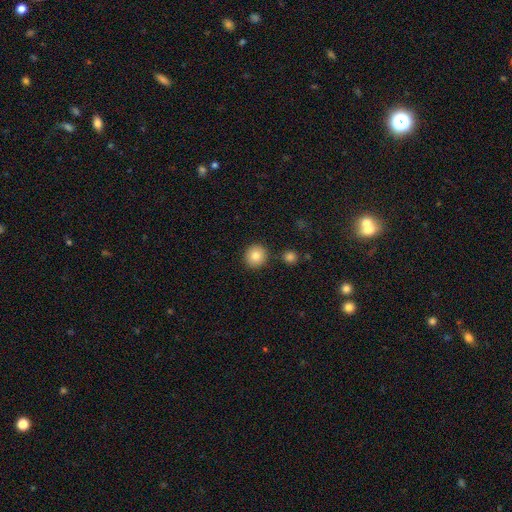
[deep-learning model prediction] Overall: smooth (84%). How rounded: round (94%). Merging: none (88%).